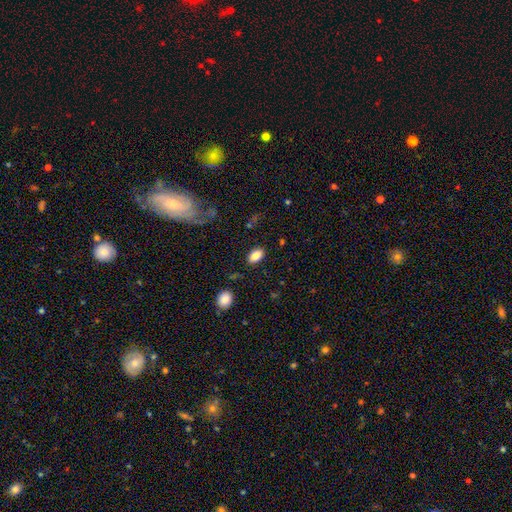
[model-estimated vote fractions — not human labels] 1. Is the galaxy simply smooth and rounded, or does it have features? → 84% smooth, 8% star or artifact, 8% featured or disk.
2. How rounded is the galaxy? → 91% in between, 6% round, 2% cigar-shaped.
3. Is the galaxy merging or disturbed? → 84% none, 11% minor disturbance, 3% major disturbance, 2% merger.